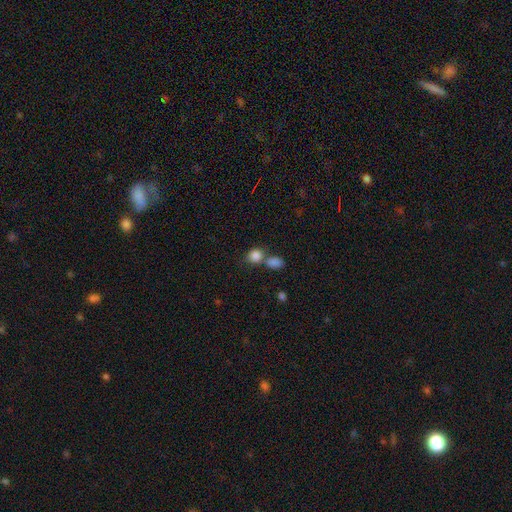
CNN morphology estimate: smooth_or_featured: smooth (p=0.84) [alt: star or artifact p=0.10]
how_rounded: round (p=0.63) [alt: in between p=0.35]
merging: merger (p=0.46) [alt: none p=0.42]